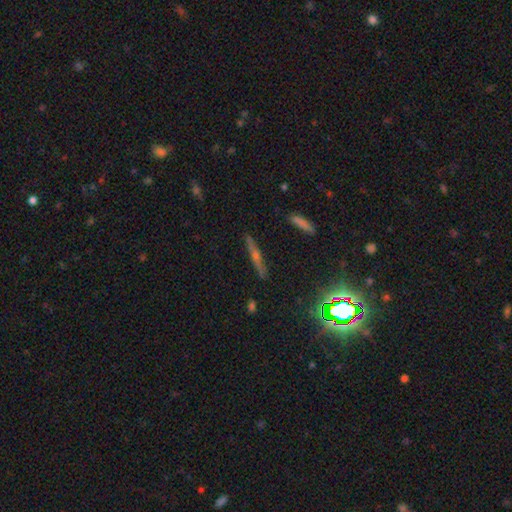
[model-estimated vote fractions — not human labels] Morphology: type=featured or disk (53%); edge-on=yes (94%); merging=none (88%).